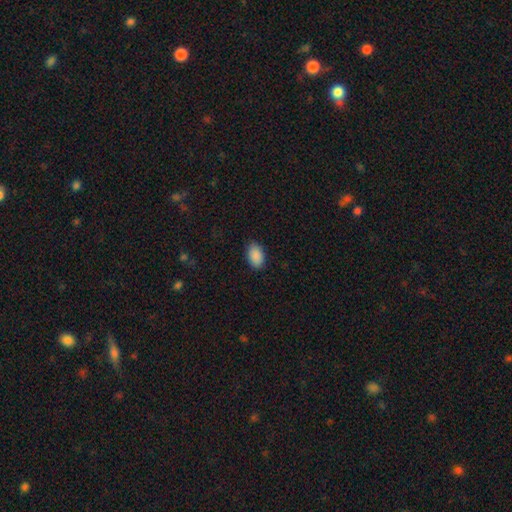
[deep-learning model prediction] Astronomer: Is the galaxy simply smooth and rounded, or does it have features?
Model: smooth — 90%.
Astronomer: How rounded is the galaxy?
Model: in between — 91%.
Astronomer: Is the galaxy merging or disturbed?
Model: none — 87%.